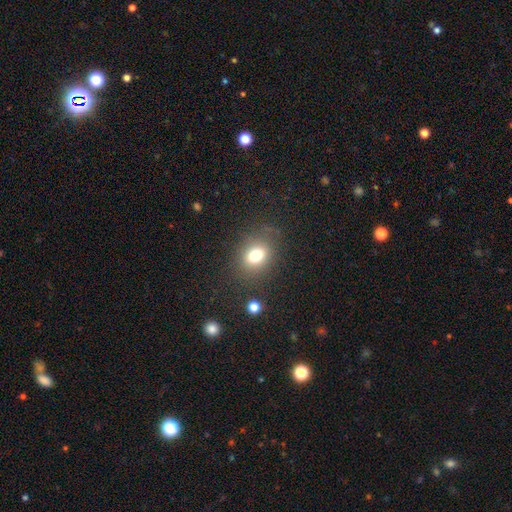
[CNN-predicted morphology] This appears to be a smooth galaxy with no disk features (76%) that is in between round and cigar-shaped (55%). Merging: none (79%).